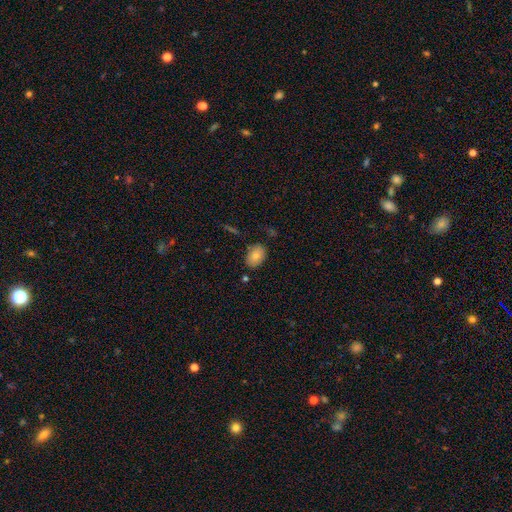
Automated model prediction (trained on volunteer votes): The model was most divided on "merging": none: 81%, minor disturbance: 13%, merger: 3%, major disturbance: 3%. More confident: how rounded — in between (84%); smooth or featured — smooth (83%).